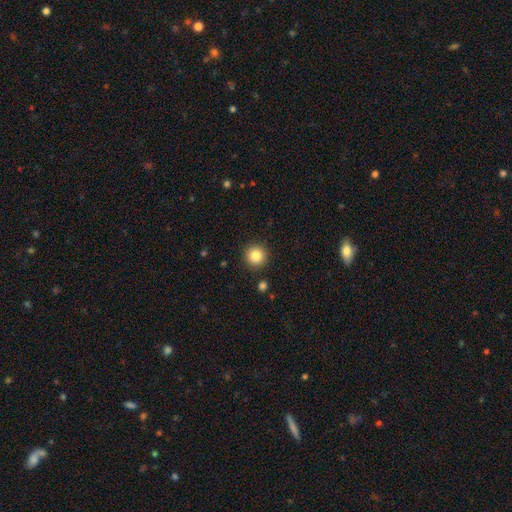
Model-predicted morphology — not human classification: smooth-or-featured: smooth: 84% | star or artifact: 10% | featured or disk: 6%
  how-rounded: round: 95% | in between: 4% | cigar-shaped: 1%
  merging: none: 91% | minor disturbance: 6% | major disturbance: 2% | merger: 2%